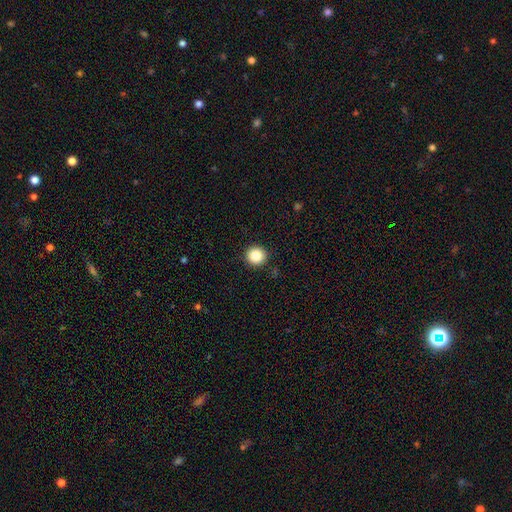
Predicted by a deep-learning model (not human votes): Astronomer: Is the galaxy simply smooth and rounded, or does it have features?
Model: smooth — 86%.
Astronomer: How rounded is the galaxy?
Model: round — 93%.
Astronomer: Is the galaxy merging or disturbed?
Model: none — 91%.